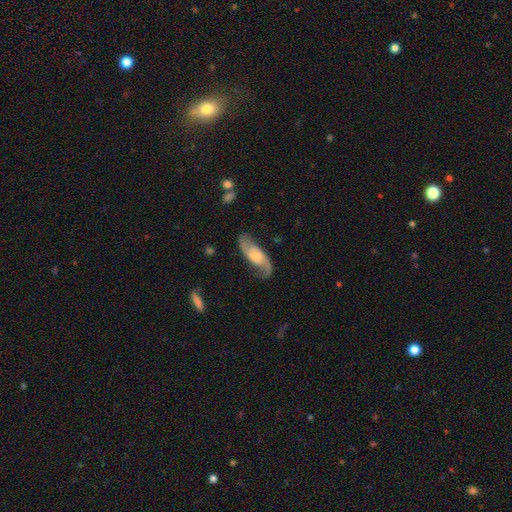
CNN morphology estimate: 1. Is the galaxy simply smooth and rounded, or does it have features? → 80% featured or disk, 14% smooth, 5% star or artifact.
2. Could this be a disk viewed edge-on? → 93% no, 7% yes.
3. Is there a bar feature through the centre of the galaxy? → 53% no, 38% weak, 10% strong.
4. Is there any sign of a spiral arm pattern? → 96% yes, 4% no.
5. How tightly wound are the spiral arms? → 53% loose, 37% medium, 10% tight.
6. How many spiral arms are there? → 89% 2, 5% 1, 3% can't tell, 1% 3, 1% 4, 1% more than 4.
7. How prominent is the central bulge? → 38% moderate, 27% small, 17% large, 15% none, 2% dominant.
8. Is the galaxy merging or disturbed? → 72% none, 17% minor disturbance, 9% major disturbance, 2% merger.